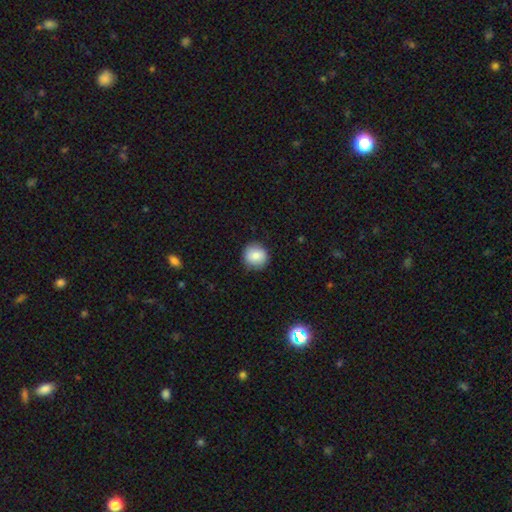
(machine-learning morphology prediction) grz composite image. It shows a smooth galaxy with no disk features (83%) that is round (91%). Merging: none (86%).